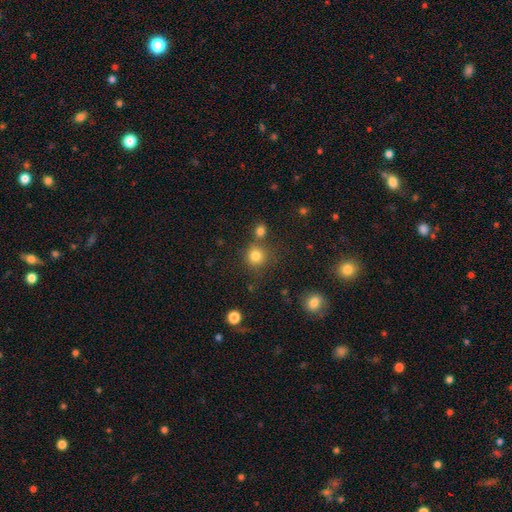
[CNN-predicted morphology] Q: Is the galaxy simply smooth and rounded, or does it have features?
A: smooth — 80%.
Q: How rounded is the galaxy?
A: round — 91%.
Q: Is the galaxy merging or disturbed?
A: none — 69%.